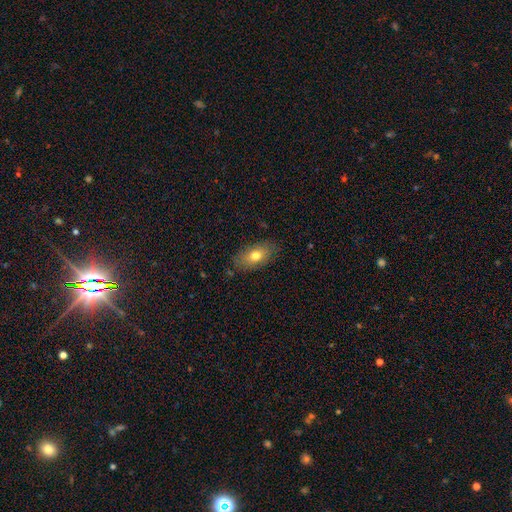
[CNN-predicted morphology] Smooth or featured? smooth (73%)
How rounded? in between (88%)
Merging? none (82%)